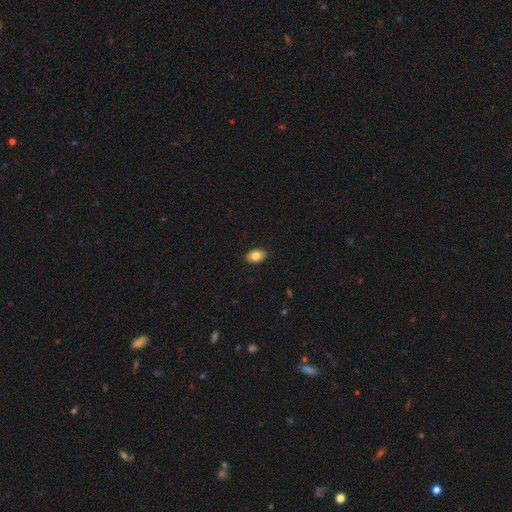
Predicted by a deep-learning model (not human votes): Q: Smooth or featured?
A: smooth (83%); runner-up: featured or disk (9%)
Q: How rounded?
A: in between (87%); runner-up: round (12%)
Q: Merging?
A: none (90%); runner-up: minor disturbance (7%)